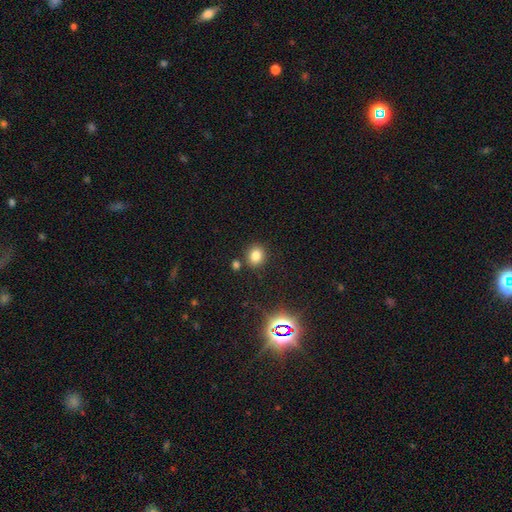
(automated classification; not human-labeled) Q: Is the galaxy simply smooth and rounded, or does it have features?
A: smooth — 79%.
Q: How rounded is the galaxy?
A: round — 69%.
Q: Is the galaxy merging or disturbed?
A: none — 80%.